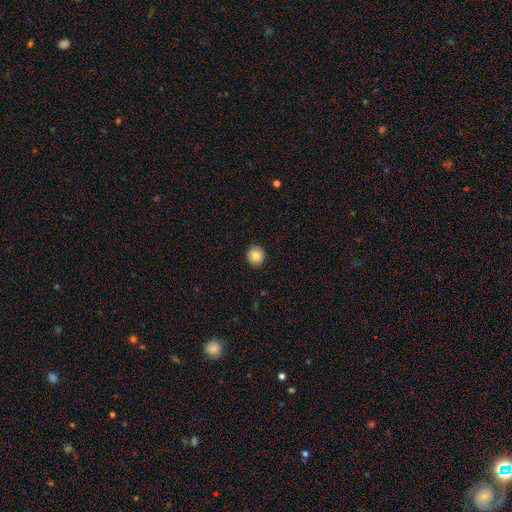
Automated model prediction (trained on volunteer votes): Smooth or featured? smooth (85%)
How rounded? round (93%)
Merging? none (92%)